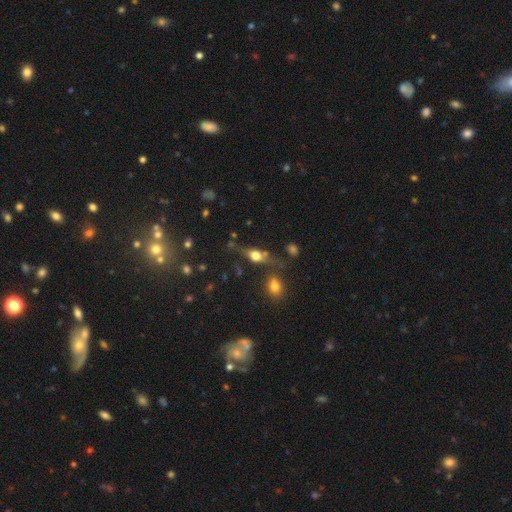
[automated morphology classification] Smooth or featured? Predicted: smooth (p=0.45). Merging? Predicted: none (p=0.59).